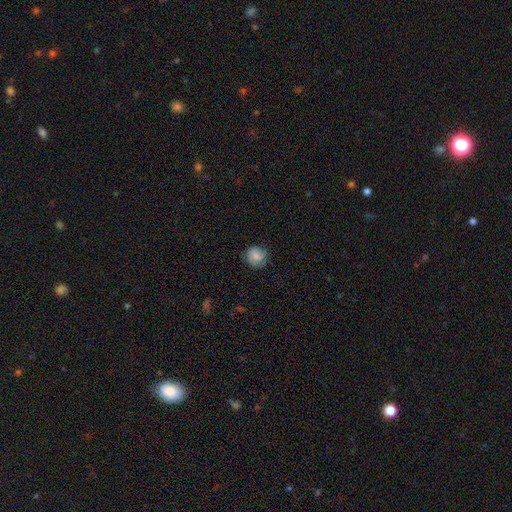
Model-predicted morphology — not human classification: Overall: smooth (75%). How rounded: round (86%). Merging: none (75%).